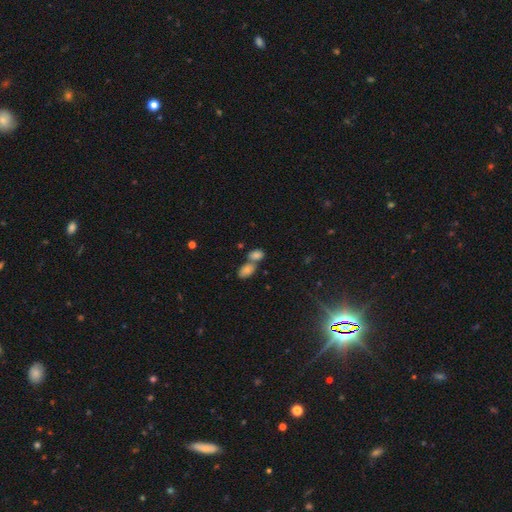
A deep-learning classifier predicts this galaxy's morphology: Smooth or featured?
  - smooth: 75% *
  - star or artifact: 13%
  - featured or disk: 12%
How rounded?
  - in between: 83% *
  - round: 14%
  - cigar-shaped: 3%
Merging?
  - merger: 55% *
  - none: 32%
  - minor disturbance: 9%
  - major disturbance: 4%